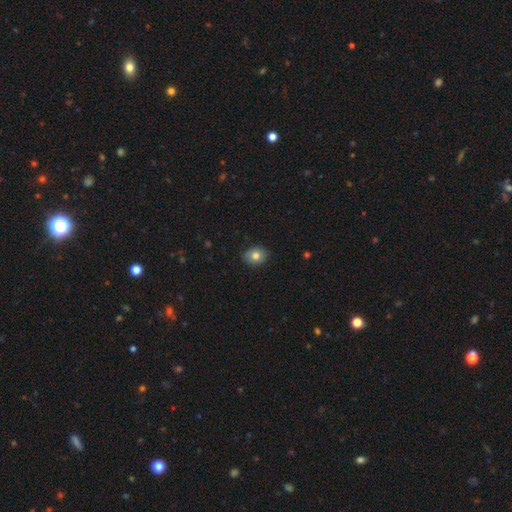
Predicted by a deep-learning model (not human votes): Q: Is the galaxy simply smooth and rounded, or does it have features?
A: smooth — 79%.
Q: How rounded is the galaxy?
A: round — 58%.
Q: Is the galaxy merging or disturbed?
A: none — 86%.